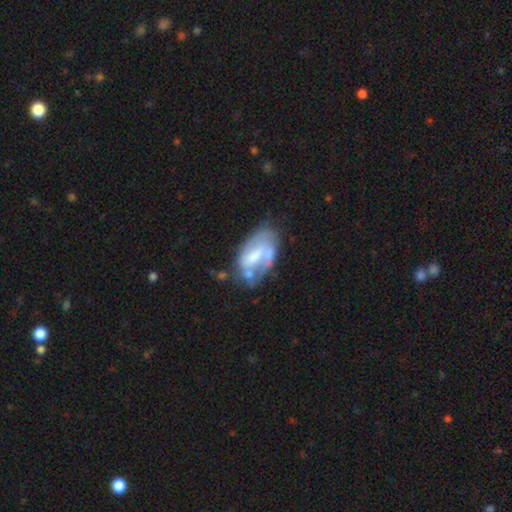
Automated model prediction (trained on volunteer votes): This is likely a featured or disk galaxy (65%). It is clearly not viewed edge-on (95%). Bar: marginally weak (42%). Spiral arm pattern: likely yes (64%). Central bulge: marginally moderate (37%). Merging: marginally none (42%).